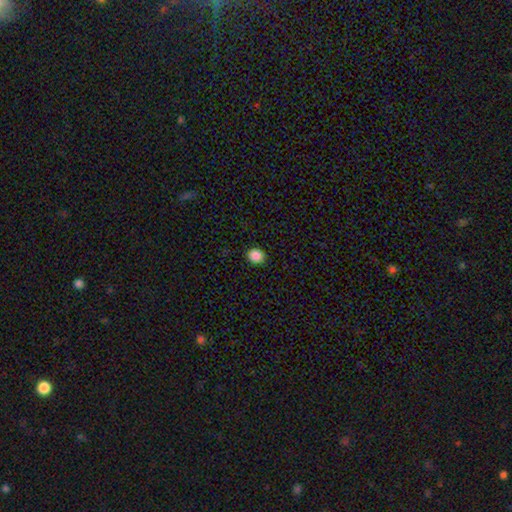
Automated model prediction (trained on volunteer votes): Smooth or featured?
  - smooth: 87% *
  - star or artifact: 10%
  - featured or disk: 3%
How rounded?
  - round: 73% *
  - in between: 26%
  - cigar-shaped: 1%
Merging?
  - none: 91% *
  - minor disturbance: 6%
  - major disturbance: 2%
  - merger: 1%